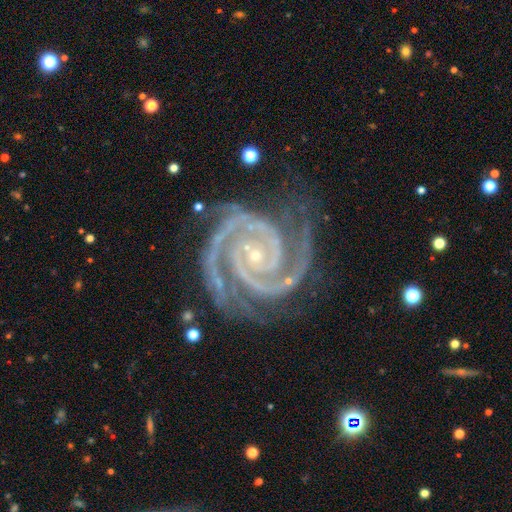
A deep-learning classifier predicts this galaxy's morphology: Smooth or featured? featured or disk (94%)
Edge-on disk? no (98%)
Bar? no (59%)
Spiral arms? yes (99%)
Spiral winding? tight (79%)
Spiral arm count? 2 (74%)
Bulge size? small (86%)
Merging? none (72%)